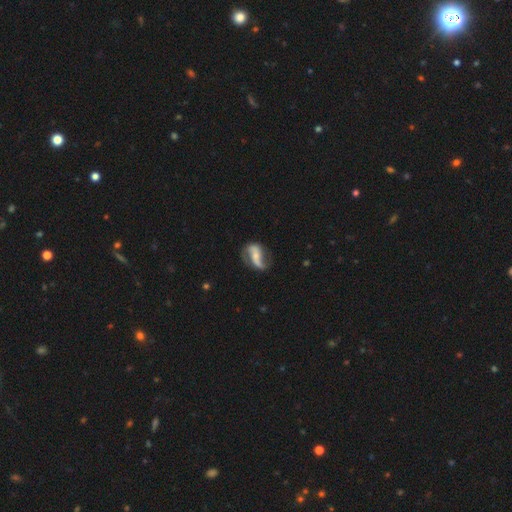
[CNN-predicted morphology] featured or disk 76%, smooth 17%, star or artifact 6%. Down the decision tree: edge-on disk — no (95%); bar — no (36%); spiral arms — yes (90%); spiral arm count — 2 (82%); spiral winding — loose (67%); bulge size — small (53%); merging — none (55%).